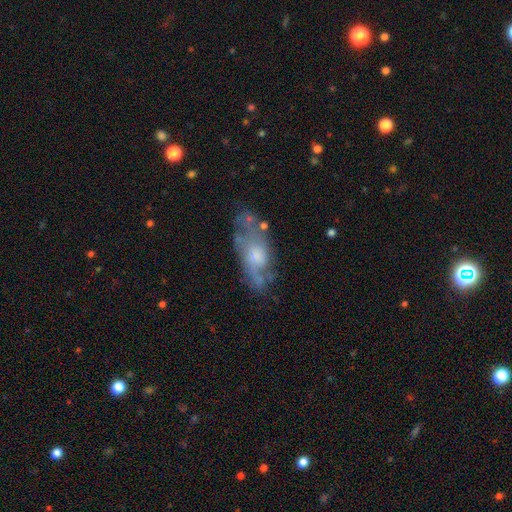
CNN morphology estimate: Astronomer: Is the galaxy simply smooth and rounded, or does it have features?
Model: featured or disk — 61%.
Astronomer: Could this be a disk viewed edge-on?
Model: no — 83%.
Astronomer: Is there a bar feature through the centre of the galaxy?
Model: no — 77%.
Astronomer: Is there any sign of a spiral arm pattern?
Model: yes — 58% (runner-up: no, 42%).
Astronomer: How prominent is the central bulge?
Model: moderate — 49%.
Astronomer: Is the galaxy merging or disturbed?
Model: none — 56%.